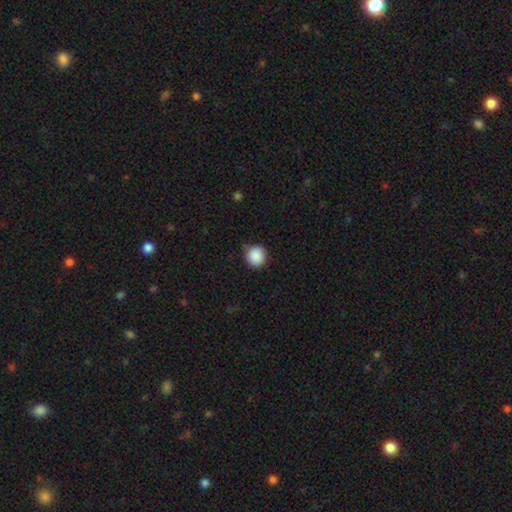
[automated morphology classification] Smooth or featured?
  - smooth: 89% *
  - star or artifact: 8%
  - featured or disk: 3%
How rounded?
  - round: 93% *
  - in between: 6%
  - cigar-shaped: 1%
Merging?
  - none: 88% *
  - minor disturbance: 8%
  - major disturbance: 2%
  - merger: 1%